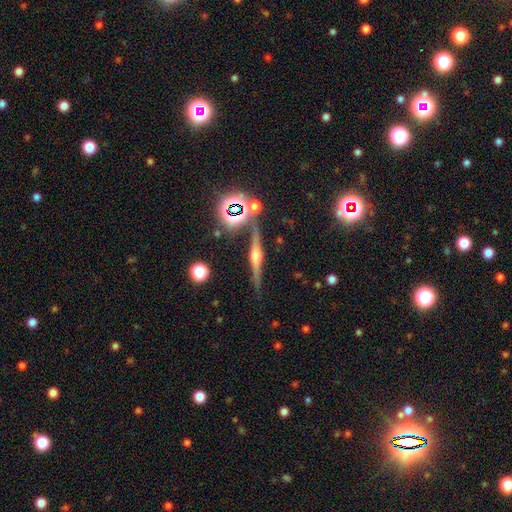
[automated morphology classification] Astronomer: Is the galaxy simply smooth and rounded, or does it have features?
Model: featured or disk — 75%.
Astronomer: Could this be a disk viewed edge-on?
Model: yes — 97%.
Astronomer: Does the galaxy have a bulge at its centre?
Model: rounded — 89%.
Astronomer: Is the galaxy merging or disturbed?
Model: none — 83%.